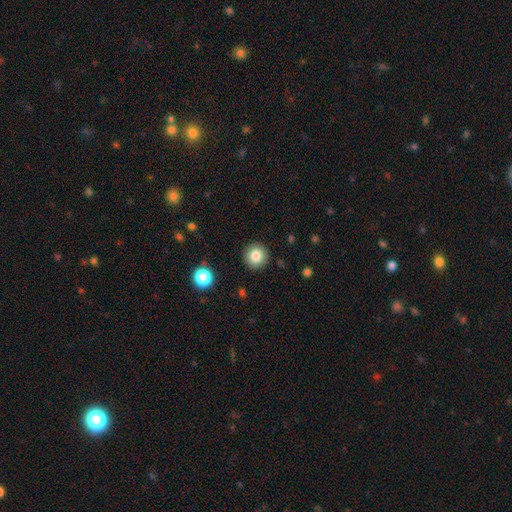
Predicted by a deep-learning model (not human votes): A smooth galaxy with no disk features (83%) that is round (92%).

Vote fractions:
- Smooth or featured? smooth: 83% / star or artifact: 10% / featured or disk: 7%
- How rounded? round: 92% / in between: 7% / cigar-shaped: 1%
- Merging? none: 90% / minor disturbance: 6% / major disturbance: 2% / merger: 1%